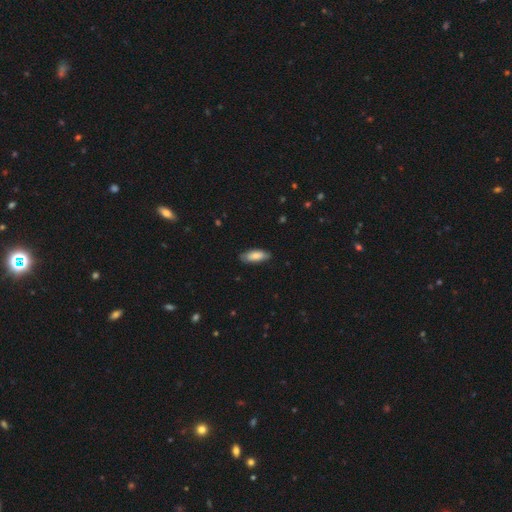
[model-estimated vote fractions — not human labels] Q: Smooth or featured?
A: smooth (80%); runner-up: featured or disk (14%)
Q: How rounded?
A: in between (74%); runner-up: cigar-shaped (25%)
Q: Merging?
A: none (80%); runner-up: minor disturbance (16%)